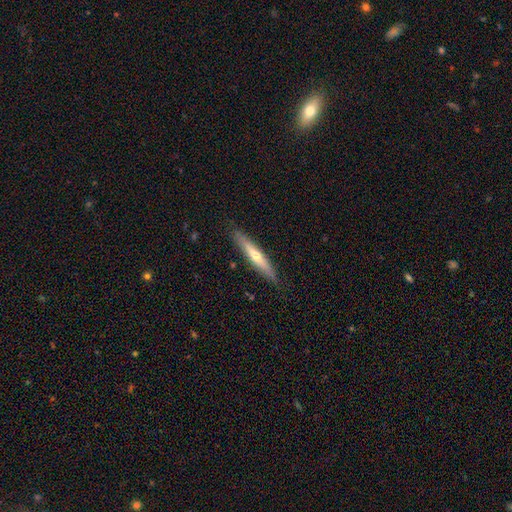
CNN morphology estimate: A featured or disk galaxy (49%).

Vote fractions:
- Smooth or featured? featured or disk: 49% / smooth: 46% / star or artifact: 6%
- Merging? none: 87% / minor disturbance: 10% / major disturbance: 2% / merger: 1%